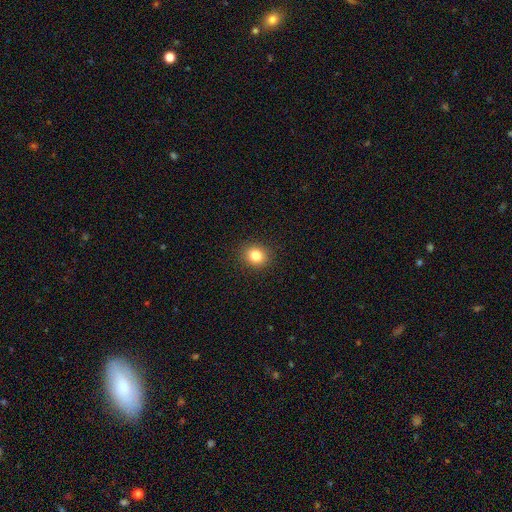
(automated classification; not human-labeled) A smooth galaxy with no disk features (82%) that is round (72%).

Vote fractions:
- Smooth or featured? smooth: 82% / star or artifact: 11% / featured or disk: 6%
- How rounded? round: 72% / in between: 27% / cigar-shaped: 1%
- Merging? none: 90% / minor disturbance: 6% / major disturbance: 2% / merger: 1%